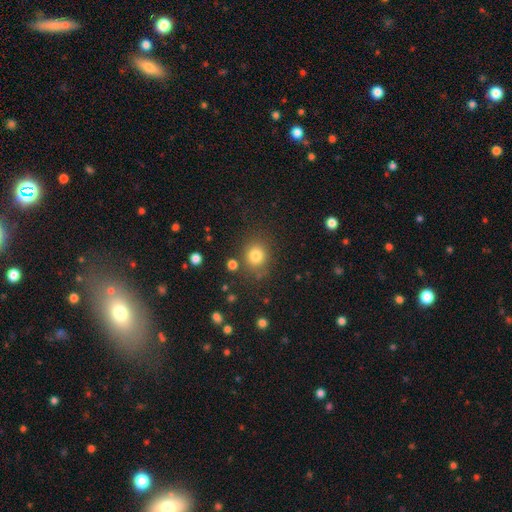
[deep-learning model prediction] A smooth galaxy with no disk features (80%) that is round (78%). Merging: none (78%).